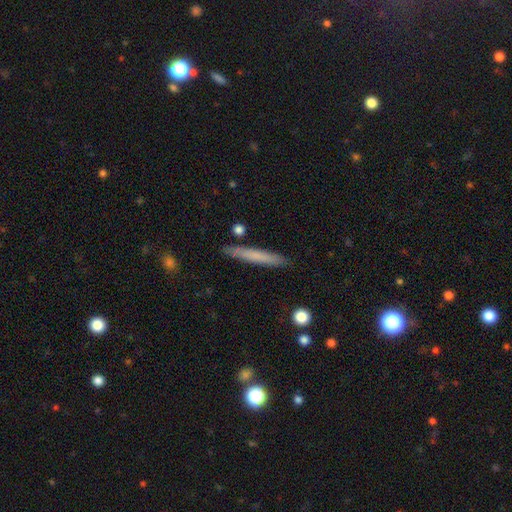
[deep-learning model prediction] Smooth or featured?
  - smooth: 68% *
  - featured or disk: 26%
  - star or artifact: 6%
How rounded?
  - cigar-shaped: 96% *
  - in between: 3%
  - round: 1%
Merging?
  - none: 87% *
  - minor disturbance: 9%
  - merger: 2%
  - major disturbance: 2%